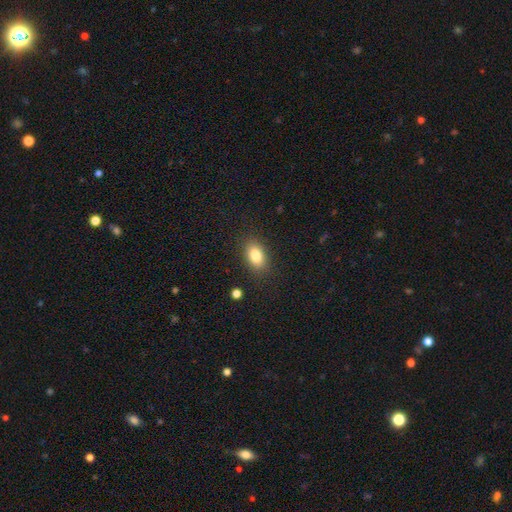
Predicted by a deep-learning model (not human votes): The model was most divided on "smooth or featured": smooth: 84%, star or artifact: 9%, featured or disk: 8%. More confident: how rounded — in between (87%); merging — none (86%).